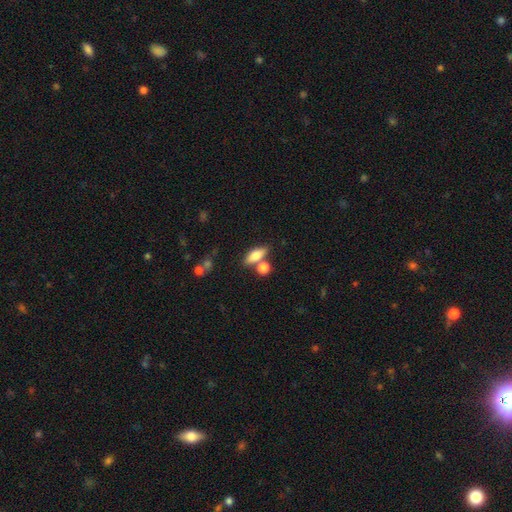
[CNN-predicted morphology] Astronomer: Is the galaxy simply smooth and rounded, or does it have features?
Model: smooth — 72%.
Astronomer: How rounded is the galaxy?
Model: in between — 70%.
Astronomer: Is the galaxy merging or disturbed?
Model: none — 64%.